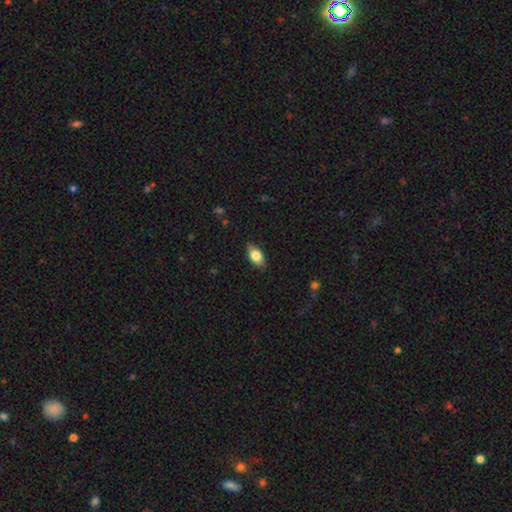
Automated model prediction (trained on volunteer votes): smooth 80%, featured or disk 13%, star or artifact 7%. Down the decision tree: how rounded — in between (89%); merging — none (84%).